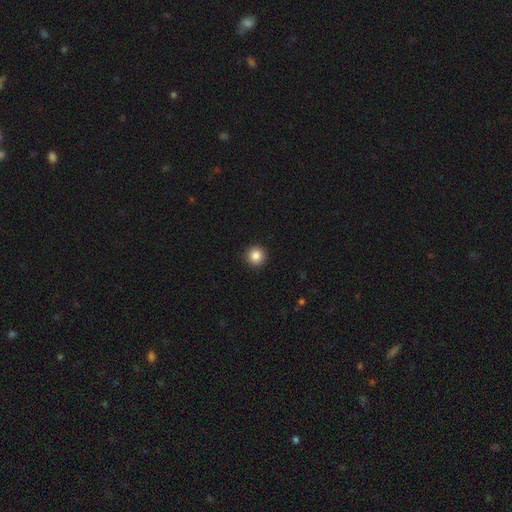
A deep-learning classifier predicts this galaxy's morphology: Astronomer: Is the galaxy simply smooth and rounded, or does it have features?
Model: smooth — 86%.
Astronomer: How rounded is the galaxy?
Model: round — 96%.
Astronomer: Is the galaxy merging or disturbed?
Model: none — 93%.